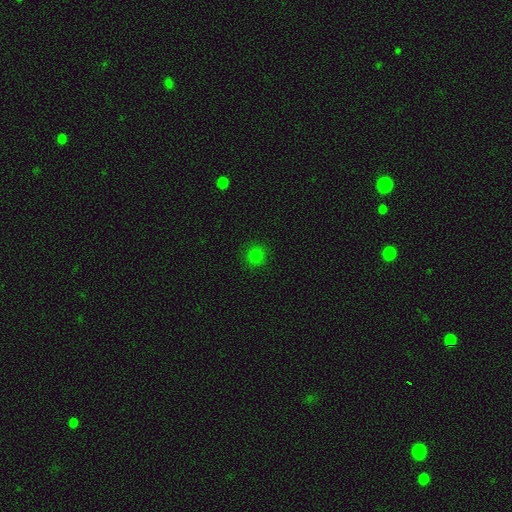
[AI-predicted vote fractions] This appears to be a smooth galaxy with no disk features (79%) that is round (91%). Merging: none (91%).